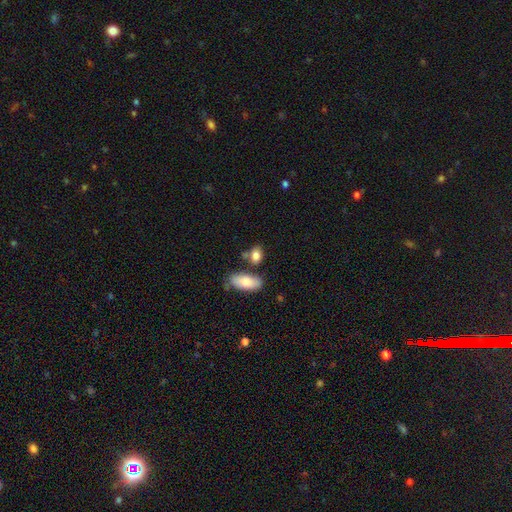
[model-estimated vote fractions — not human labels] Morphology: type=smooth (83%); roundness=in between (78%); merging=none (63%).